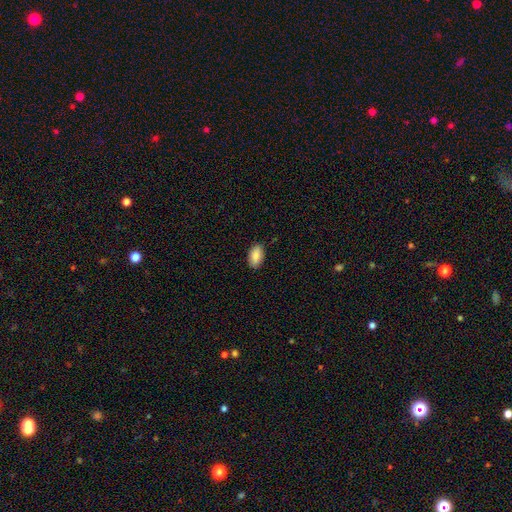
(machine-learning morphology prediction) The model was most divided on "smooth or featured": smooth: 86%, featured or disk: 8%, star or artifact: 7%. More confident: how rounded — in between (93%); merging — none (88%).